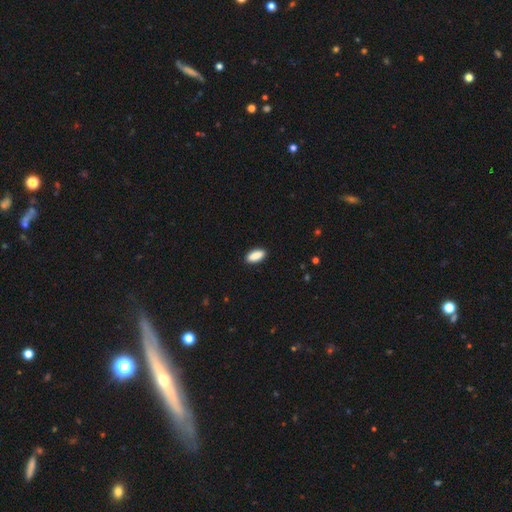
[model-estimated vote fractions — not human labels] The model was most divided on "how rounded": in between: 83%, cigar-shaped: 15%, round: 2%. More confident: merging — none (90%); smooth or featured — smooth (90%).